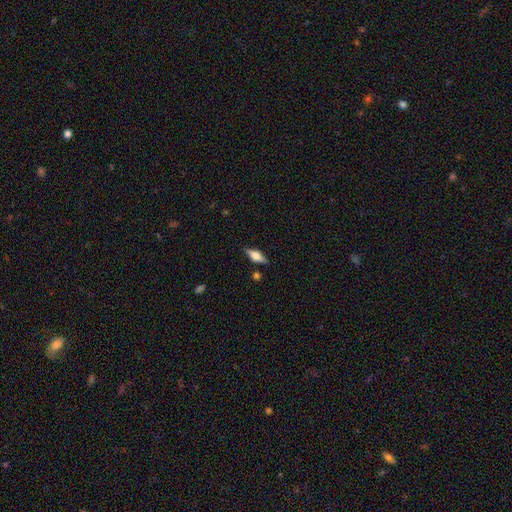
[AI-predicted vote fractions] Smooth or featured: smooth — 47% (featured or disk — 46%)
Merging: none — 84% (minor disturbance — 11%)